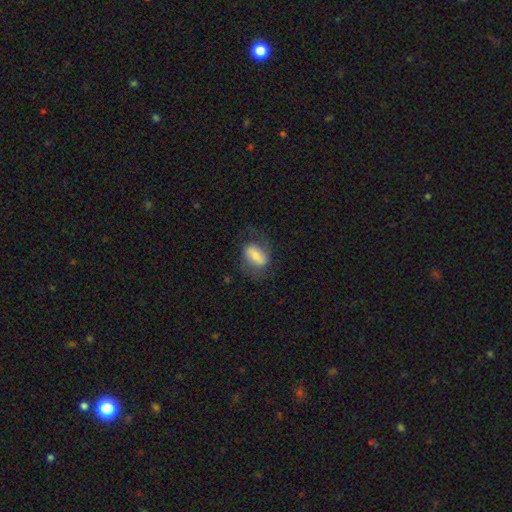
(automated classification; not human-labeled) This appears to be a smooth galaxy with no disk features (56%) that is in between round and cigar-shaped (84%). Merging: none (61%).